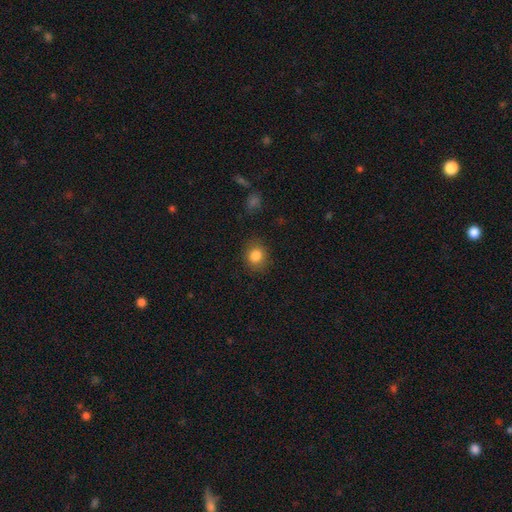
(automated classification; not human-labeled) A smooth galaxy with no disk features (84%) that is round (72%).

Vote fractions:
- Smooth or featured? smooth: 84% / star or artifact: 10% / featured or disk: 6%
- How rounded? round: 72% / in between: 27% / cigar-shaped: 1%
- Merging? none: 85% / minor disturbance: 10% / major disturbance: 3% / merger: 1%